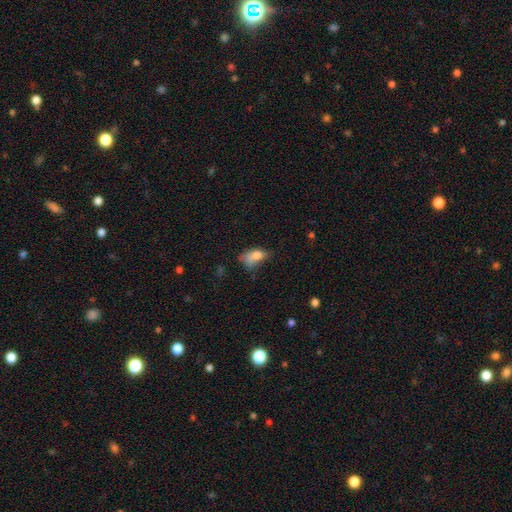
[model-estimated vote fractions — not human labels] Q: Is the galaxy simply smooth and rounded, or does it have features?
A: smooth — 73%.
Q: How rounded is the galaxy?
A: in between — 83%.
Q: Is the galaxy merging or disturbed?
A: minor disturbance — 33%.